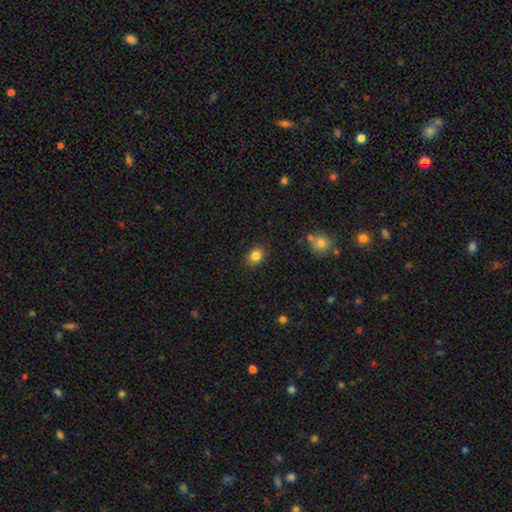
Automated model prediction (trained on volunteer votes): This is clearly a smooth galaxy (84%). How rounded: possibly in between (53%). Merging: clearly none (86%).